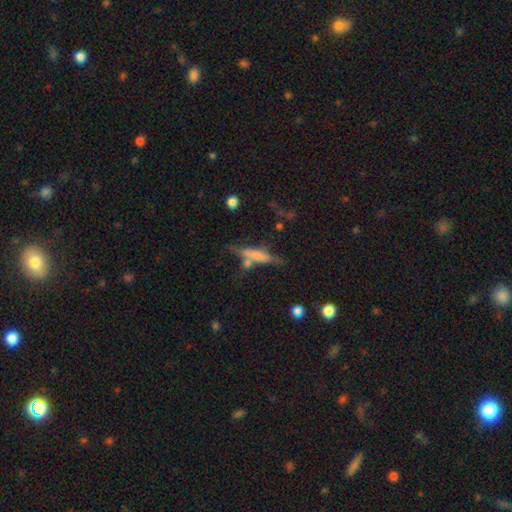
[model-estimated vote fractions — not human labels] A smooth galaxy with no disk features (51%) that is cigar-shaped (80%).

Vote fractions:
- Smooth or featured? smooth: 51% / featured or disk: 41% / star or artifact: 8%
- How rounded? cigar-shaped: 80% / in between: 17% / round: 3%
- Merging? none: 48% / merger: 22% / minor disturbance: 19% / major disturbance: 11%